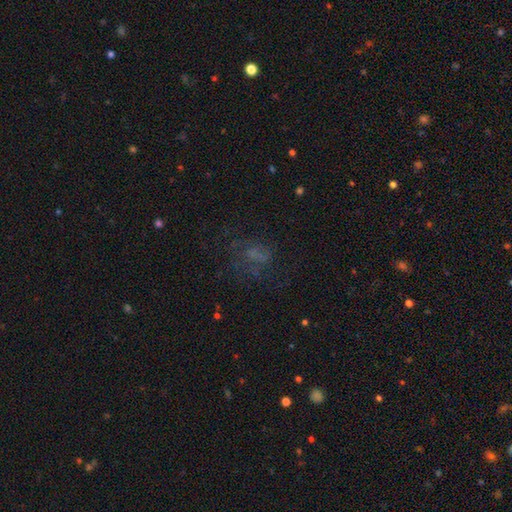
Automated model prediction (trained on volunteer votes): A smooth galaxy with no disk features (37%).

Vote fractions:
- Smooth or featured? smooth: 37% / featured or disk: 34% / star or artifact: 29%
- Merging? none: 49% / major disturbance: 30% / minor disturbance: 18% / merger: 3%